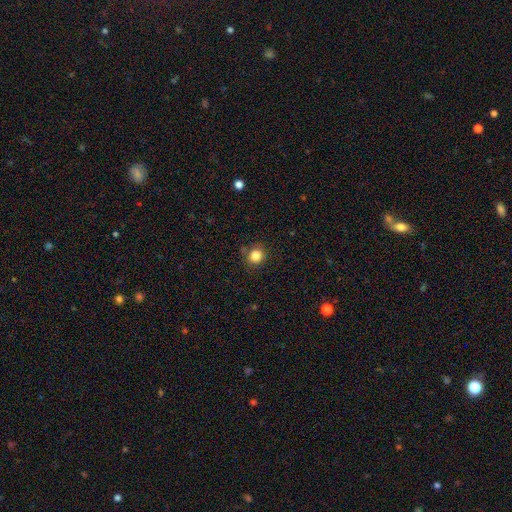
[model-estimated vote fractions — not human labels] Smooth or featured: smooth — 83% (star or artifact — 12%)
How rounded: round — 88% (in between — 11%)
Merging: none — 84% (minor disturbance — 10%)